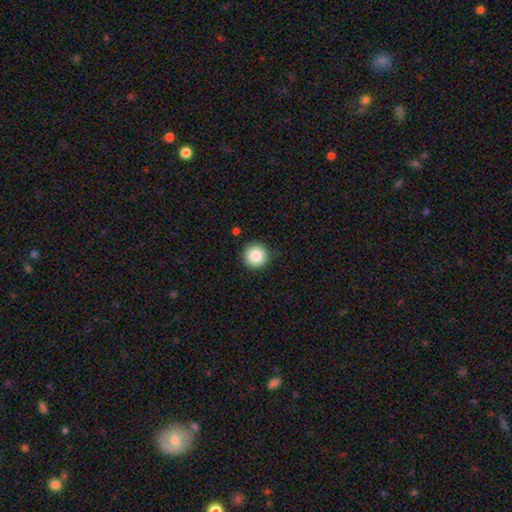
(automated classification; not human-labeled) The model was most divided on "smooth or featured": smooth: 86%, star or artifact: 9%, featured or disk: 5%. More confident: how rounded — round (96%); merging — none (89%).